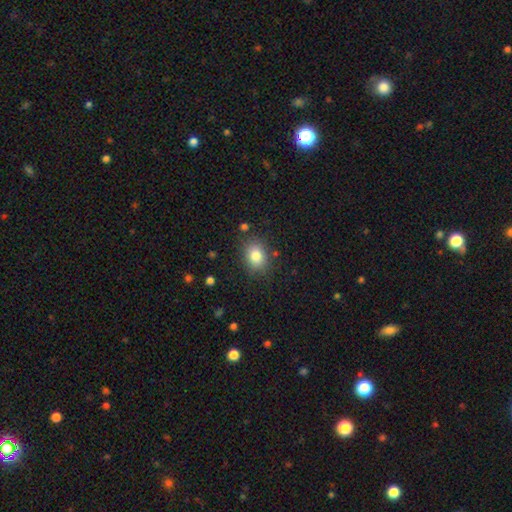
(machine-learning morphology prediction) smooth_or_featured: smooth (p=0.82) [alt: star or artifact p=0.10]
how_rounded: in between (p=0.58) [alt: round p=0.41]
merging: none (p=0.82) [alt: minor disturbance p=0.12]